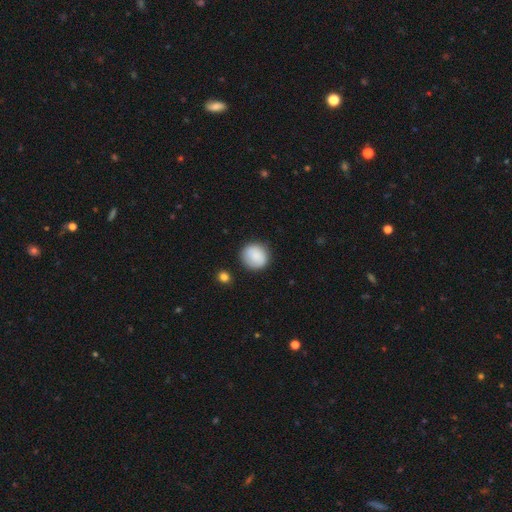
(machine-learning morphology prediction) This appears to be a smooth galaxy with no disk features (87%) that is round (88%). Merging: none (85%).